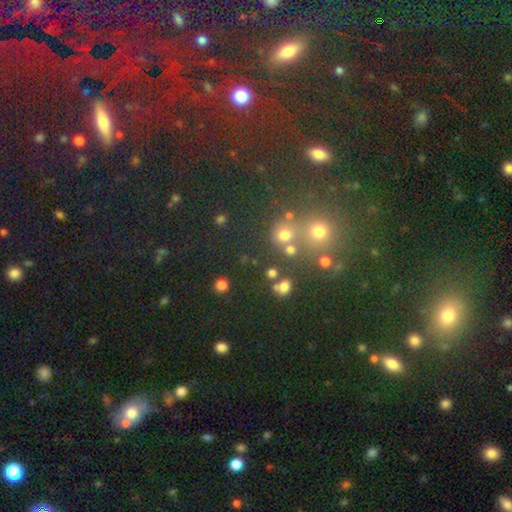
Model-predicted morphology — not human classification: This appears to be a star or artifact, not a galaxy (55%).